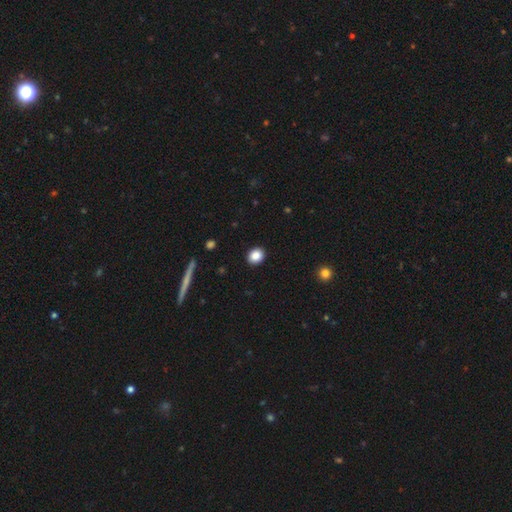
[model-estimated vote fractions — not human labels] The model was most divided on "how rounded": round: 67%, in between: 32%, cigar-shaped: 1%. More confident: merging — none (91%); smooth or featured — smooth (87%).